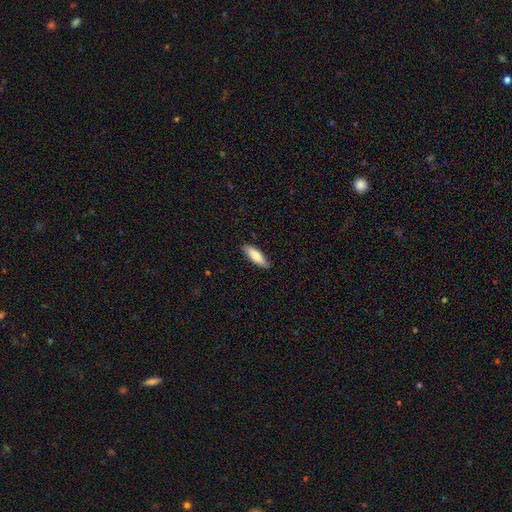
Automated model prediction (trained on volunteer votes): smooth 79%, featured or disk 15%, star or artifact 5%. Down the decision tree: how rounded — cigar-shaped (51%); merging — none (87%).